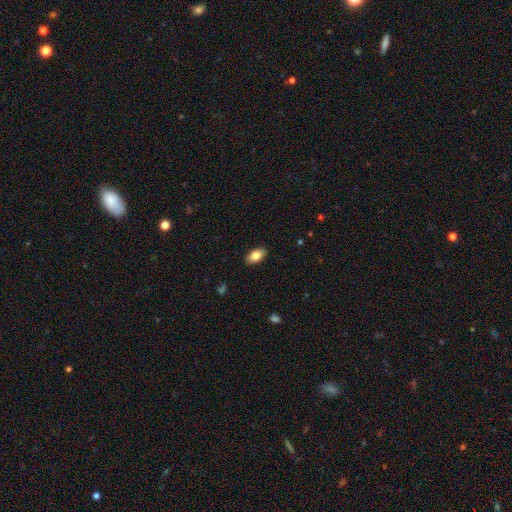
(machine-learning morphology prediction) Smooth or featured?
  - smooth: 82% *
  - featured or disk: 11%
  - star or artifact: 7%
How rounded?
  - in between: 92% *
  - round: 5%
  - cigar-shaped: 3%
Merging?
  - none: 89% *
  - minor disturbance: 8%
  - major disturbance: 2%
  - merger: 1%